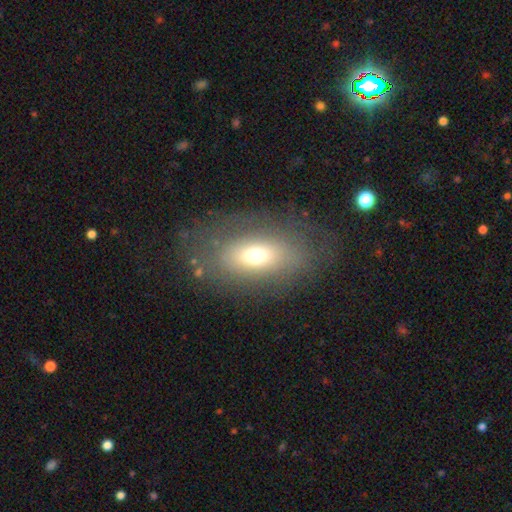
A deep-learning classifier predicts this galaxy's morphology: Smooth or featured? smooth (61%)
How rounded? in between (83%)
Merging? none (73%)